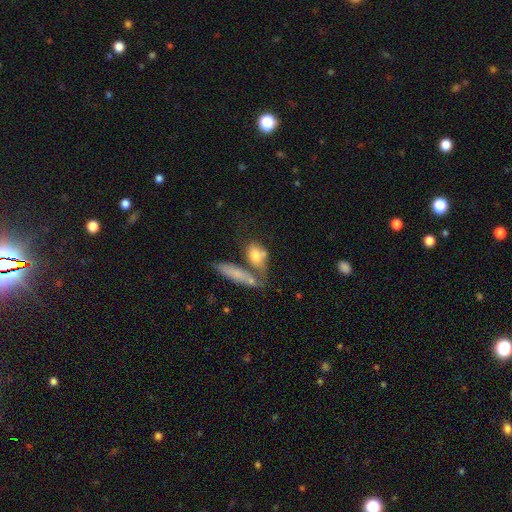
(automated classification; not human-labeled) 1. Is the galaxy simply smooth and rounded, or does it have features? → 72% smooth, 21% featured or disk, 8% star or artifact.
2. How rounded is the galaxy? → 68% in between, 16% cigar-shaped, 15% round.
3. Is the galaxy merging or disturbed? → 38% merger, 37% none, 15% minor disturbance, 10% major disturbance.